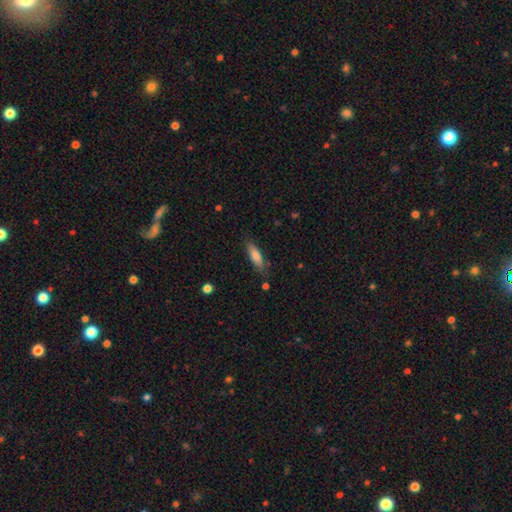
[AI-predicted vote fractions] Q: Smooth or featured?
A: smooth (78%); runner-up: featured or disk (16%)
Q: How rounded?
A: cigar-shaped (52%); runner-up: in between (46%)
Q: Merging?
A: none (77%); runner-up: minor disturbance (17%)